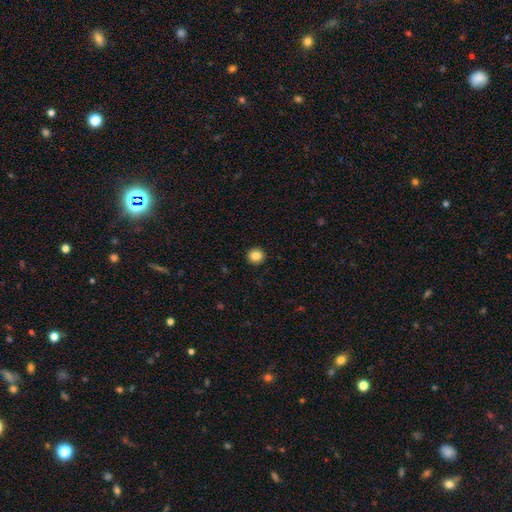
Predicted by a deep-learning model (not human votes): The model was most divided on "smooth or featured": smooth: 85%, star or artifact: 10%, featured or disk: 5%. More confident: how rounded — round (94%); merging — none (93%).